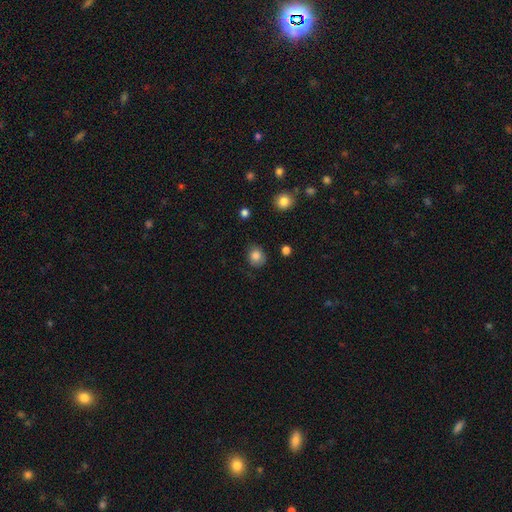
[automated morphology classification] smooth_or_featured: smooth (p=0.83) [alt: star or artifact p=0.10]
how_rounded: round (p=0.74) [alt: in between p=0.25]
merging: none (p=0.77) [alt: minor disturbance p=0.18]